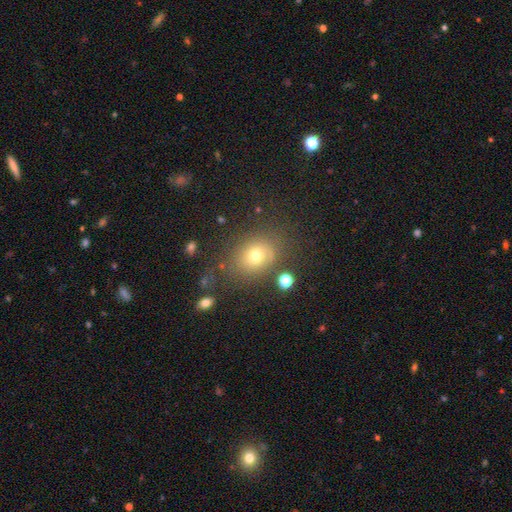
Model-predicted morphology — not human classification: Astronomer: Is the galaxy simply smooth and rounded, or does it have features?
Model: smooth — 69%.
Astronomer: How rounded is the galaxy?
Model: round — 50% (runner-up: in between, 49%).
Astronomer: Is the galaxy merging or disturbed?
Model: none — 75%.